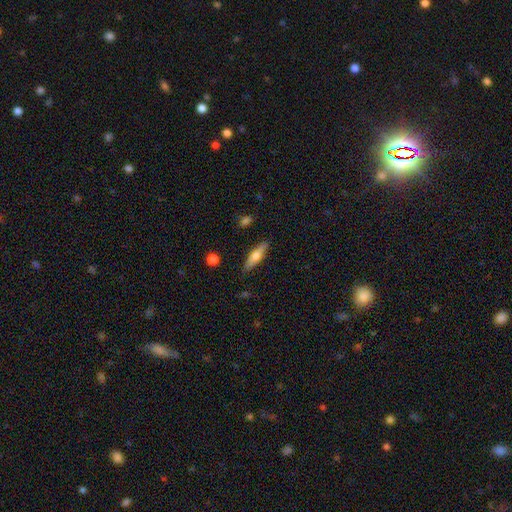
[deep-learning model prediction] smooth-or-featured: smooth: 54% | featured or disk: 40% | star or artifact: 6%
  how-rounded: cigar-shaped: 70% | in between: 28% | round: 2%
  merging: none: 87% | minor disturbance: 10% | major disturbance: 2% | merger: 2%